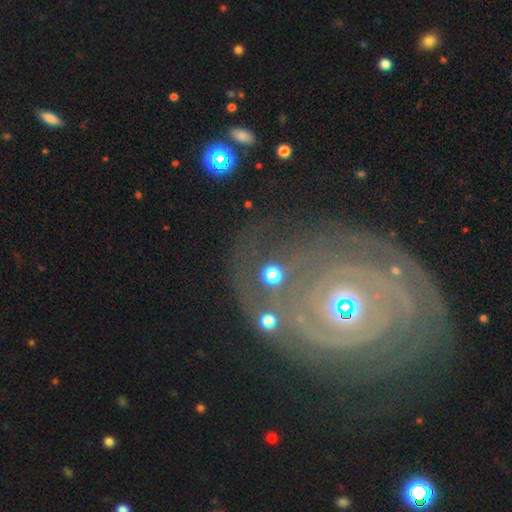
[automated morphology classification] This is clearly a featured or disk galaxy (87%). It is clearly not viewed edge-on (97%). Bar: likely no (75%). Spiral arm pattern: clearly yes (93%). Spiral arm count: marginally 2 (32%). Spiral winding: likely tight (80%). Central bulge: likely moderate (68%). Merging: likely none (73%).